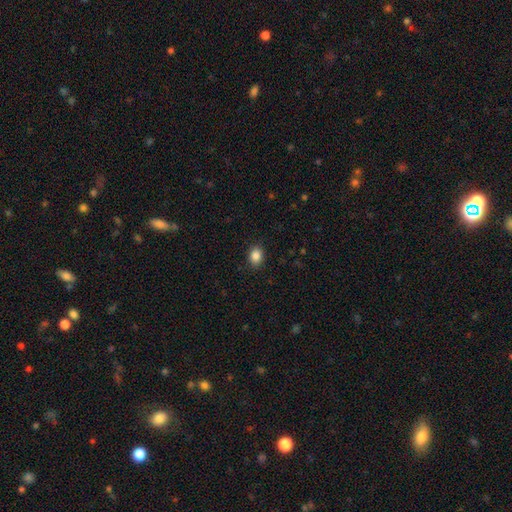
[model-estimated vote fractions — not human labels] This is clearly a smooth galaxy (87%). How rounded: likely in between (63%). Merging: clearly none (89%).